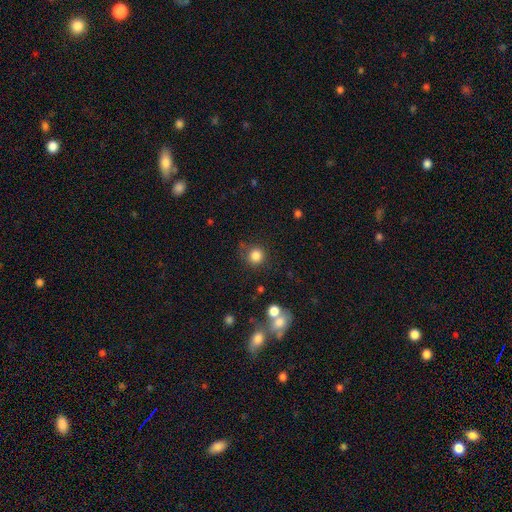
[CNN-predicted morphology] Q: Smooth or featured?
A: smooth (83%); runner-up: star or artifact (11%)
Q: How rounded?
A: round (92%); runner-up: in between (7%)
Q: Merging?
A: none (77%); runner-up: minor disturbance (13%)